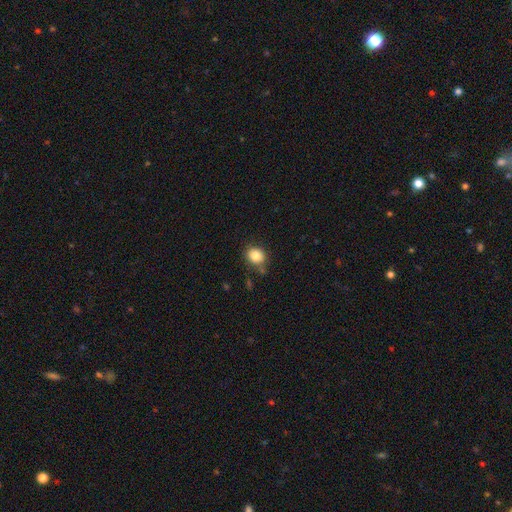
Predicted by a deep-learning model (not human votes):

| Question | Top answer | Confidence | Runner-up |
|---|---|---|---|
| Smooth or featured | smooth | 84% | star or artifact (10%) |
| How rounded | round | 61% | in between (38%) |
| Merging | none | 70% | minor disturbance (19%) |